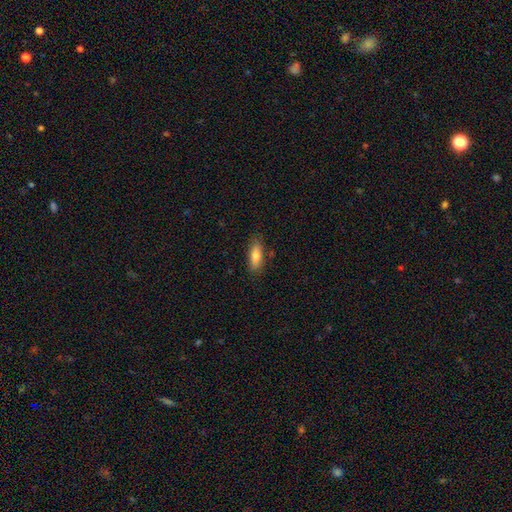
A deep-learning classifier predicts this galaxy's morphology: Smooth or featured: smooth — 78% (featured or disk — 15%)
How rounded: in between — 68% (cigar-shaped — 29%)
Merging: none — 81% (minor disturbance — 14%)